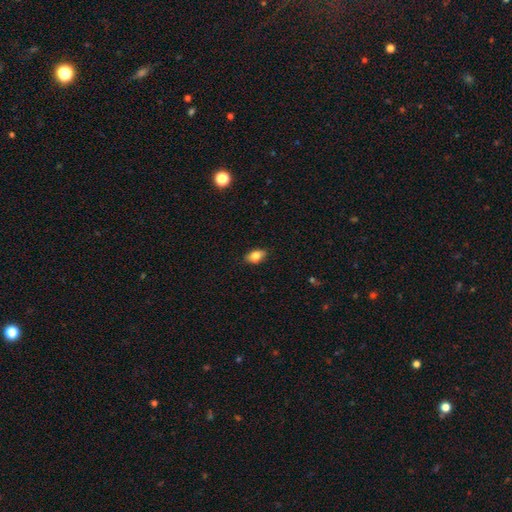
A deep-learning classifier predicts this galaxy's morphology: smooth 81%, featured or disk 11%, star or artifact 8%. Down the decision tree: how rounded — in between (88%); merging — none (87%).